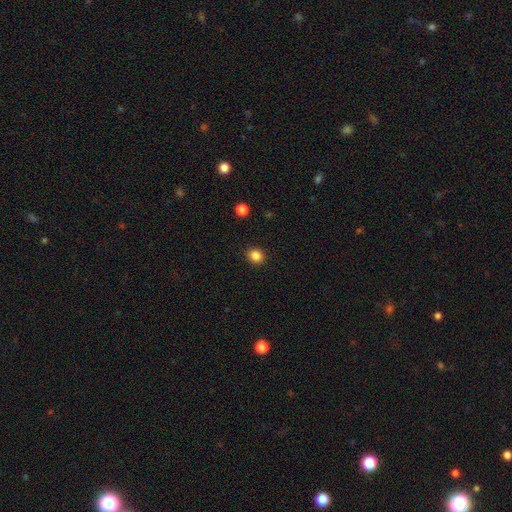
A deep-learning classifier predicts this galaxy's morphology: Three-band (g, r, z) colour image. It shows a smooth galaxy with no disk features (86%) that is round (72%). Merging: none (91%).